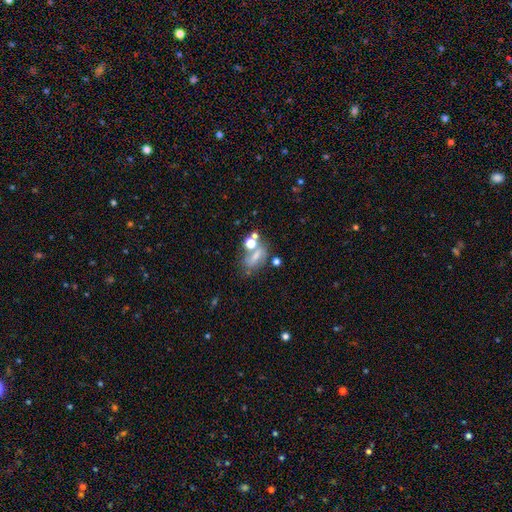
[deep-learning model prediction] Q: Smooth or featured?
A: smooth (51%); runner-up: featured or disk (29%)
Q: How rounded?
A: in between (70%); runner-up: round (24%)
Q: Merging?
A: none (39%); runner-up: merger (28%)